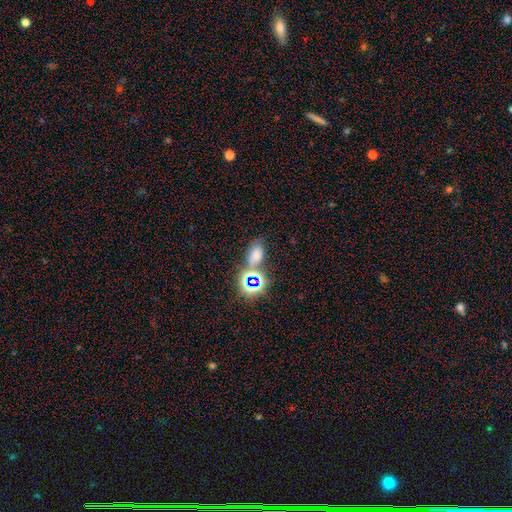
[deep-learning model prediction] A smooth galaxy with no disk features (61%) that is in between round and cigar-shaped (85%).

Vote fractions:
- Smooth or featured? smooth: 61% / star or artifact: 30% / featured or disk: 9%
- How rounded? in between: 85% / round: 12% / cigar-shaped: 3%
- Merging? none: 57% / merger: 22% / minor disturbance: 14% / major disturbance: 7%